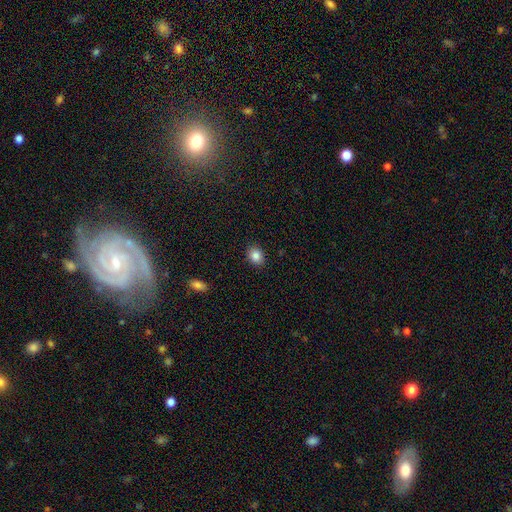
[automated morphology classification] Smooth or featured: smooth — 85% (star or artifact — 9%)
How rounded: in between — 58% (round — 41%)
Merging: none — 90% (minor disturbance — 7%)